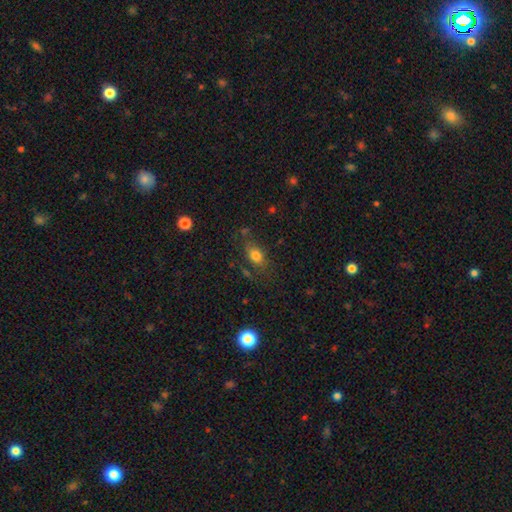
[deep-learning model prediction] smooth_or_featured: smooth (p=0.77) [alt: star or artifact p=0.12]
how_rounded: in between (p=0.75) [alt: round p=0.21]
merging: none (p=0.68) [alt: minor disturbance p=0.19]